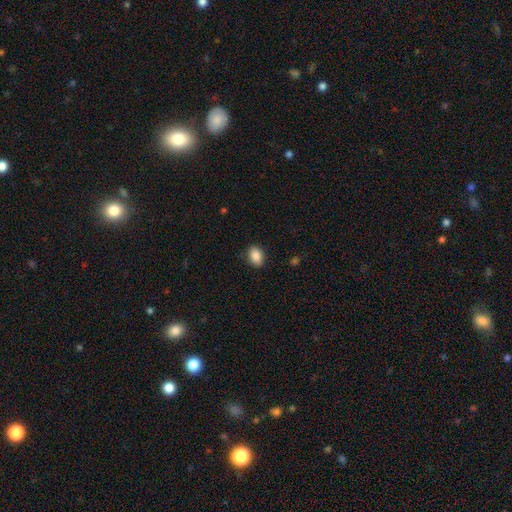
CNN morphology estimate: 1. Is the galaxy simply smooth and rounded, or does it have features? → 87% smooth, 8% star or artifact, 5% featured or disk.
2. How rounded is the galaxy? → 78% in between, 21% round, 1% cigar-shaped.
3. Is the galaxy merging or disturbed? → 85% none, 11% minor disturbance, 2% major disturbance, 1% merger.